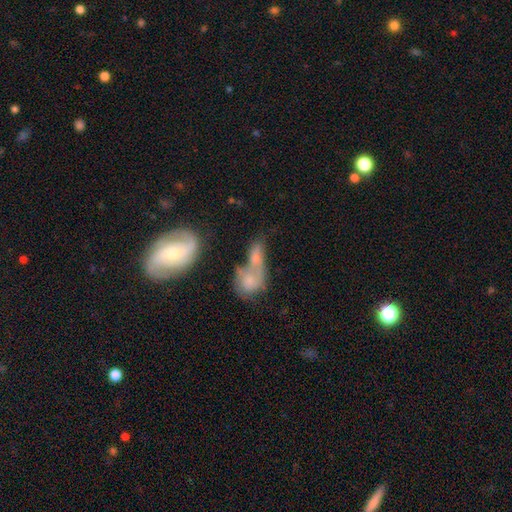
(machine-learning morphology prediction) Q: Smooth or featured?
A: smooth (64%); runner-up: featured or disk (25%)
Q: How rounded?
A: in between (68%); runner-up: round (16%)
Q: Merging?
A: merger (64%); runner-up: none (18%)